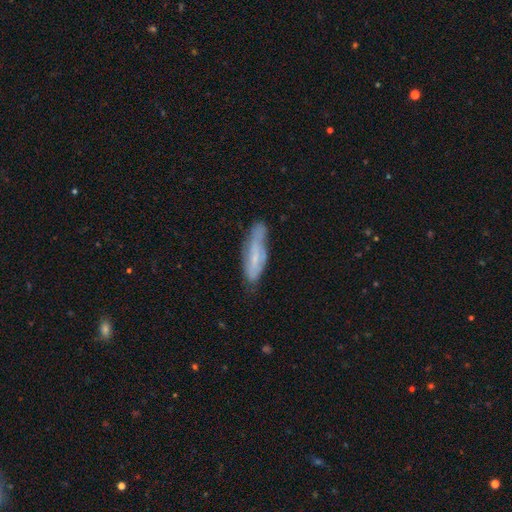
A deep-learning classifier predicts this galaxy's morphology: Q: Smooth or featured?
A: featured or disk (51%); runner-up: smooth (41%)
Q: Edge-on disk?
A: no (66%); runner-up: yes (34%)
Q: Merging?
A: none (68%); runner-up: minor disturbance (23%)